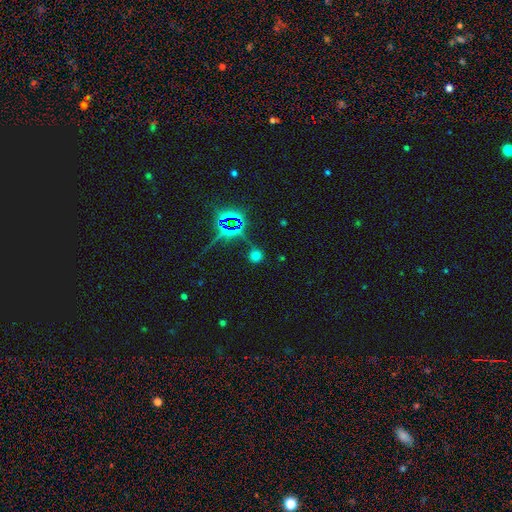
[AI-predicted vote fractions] smooth_or_featured: smooth (p=0.52) [alt: star or artifact p=0.40]
how_rounded: round (p=0.88) [alt: in between p=0.10]
merging: none (p=0.77) [alt: minor disturbance p=0.12]